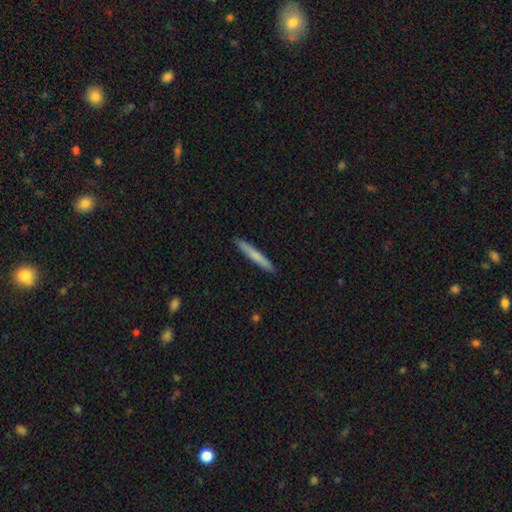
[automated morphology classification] Smooth or featured? Predicted: smooth (p=0.69). How rounded? Predicted: cigar-shaped (p=0.96). Merging? Predicted: none (p=0.92).